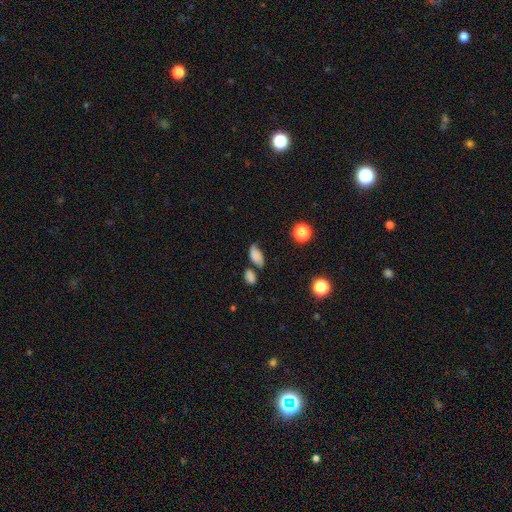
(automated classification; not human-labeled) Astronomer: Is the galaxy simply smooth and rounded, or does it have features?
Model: smooth — 67%.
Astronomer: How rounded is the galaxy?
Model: in between — 87%.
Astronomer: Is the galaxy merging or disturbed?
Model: none — 46% (runner-up: minor disturbance, 26%).